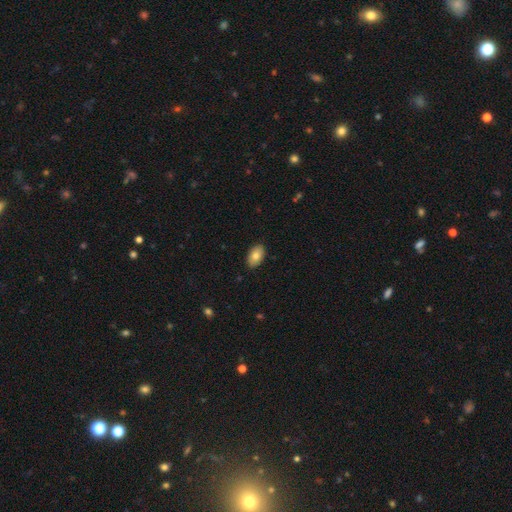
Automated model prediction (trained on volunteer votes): A smooth galaxy with no disk features (80%) that is in between round and cigar-shaped (93%). Merging: none (88%).